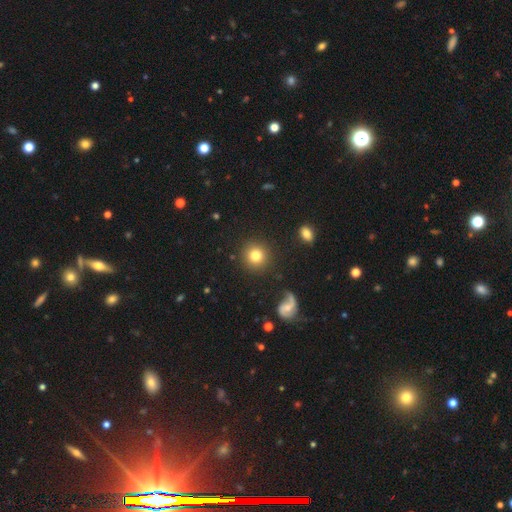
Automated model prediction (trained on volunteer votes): Morphology: type=smooth (80%); roundness=round (93%); merging=none (89%).